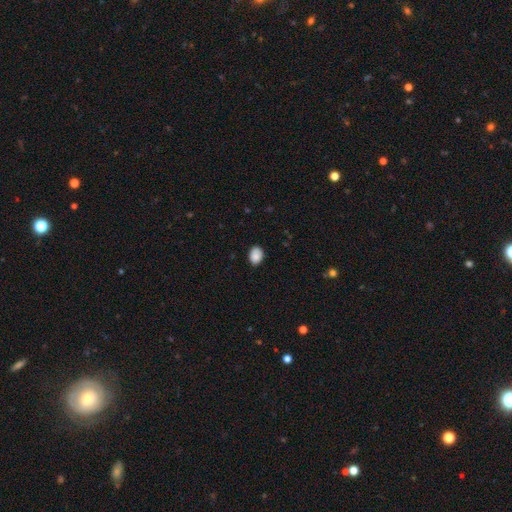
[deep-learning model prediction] smooth_or_featured: smooth (p=0.88) [alt: star or artifact p=0.08]
how_rounded: in between (p=0.67) [alt: round p=0.32]
merging: none (p=0.84) [alt: minor disturbance p=0.13]